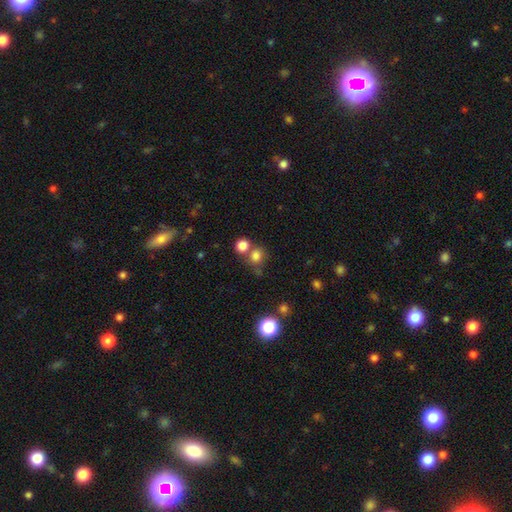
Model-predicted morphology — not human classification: smooth_or_featured: smooth (p=0.78) [alt: star or artifact p=0.15]
how_rounded: round (p=0.79) [alt: in between p=0.20]
merging: none (p=0.56) [alt: merger p=0.30]